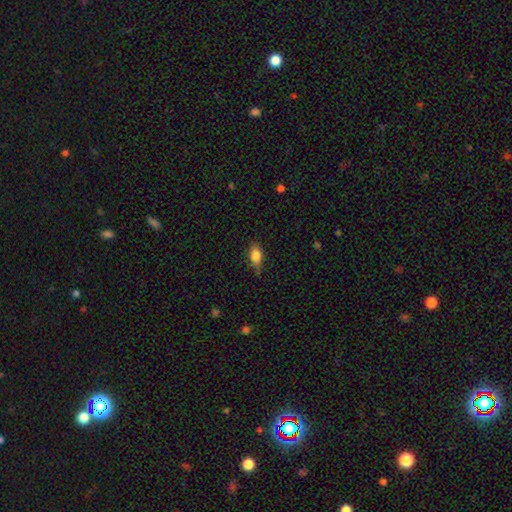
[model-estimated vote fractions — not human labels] Smooth or featured? Predicted: smooth (p=0.76). How rounded? Predicted: in between (p=0.81). Merging? Predicted: none (p=0.69).